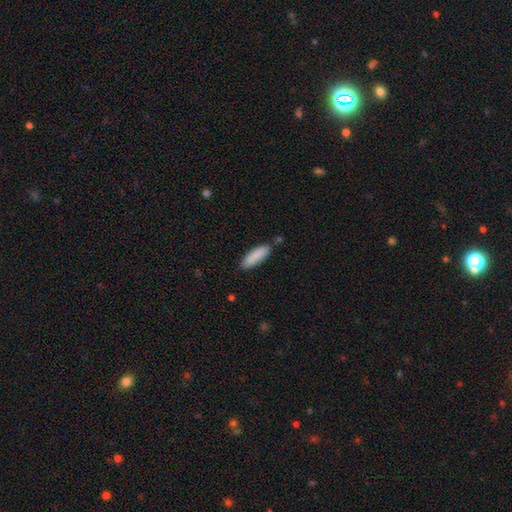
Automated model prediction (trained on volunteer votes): A smooth galaxy with no disk features (89%) that is in between round and cigar-shaped (53%). Merging: none (81%).